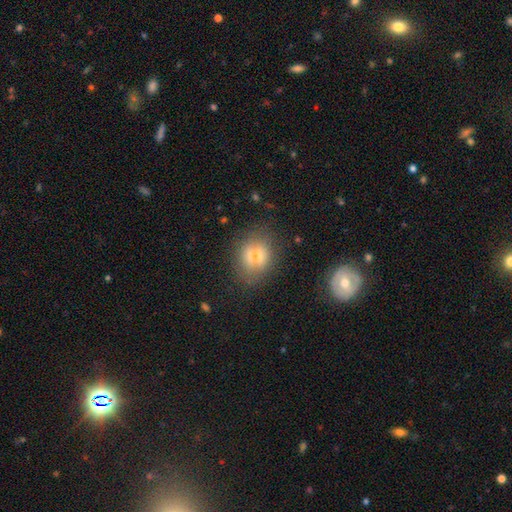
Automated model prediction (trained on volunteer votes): The model was most divided on "how rounded": round: 60%, in between: 38%, cigar-shaped: 2%. More confident: merging — none (61%); smooth or featured — smooth (59%).